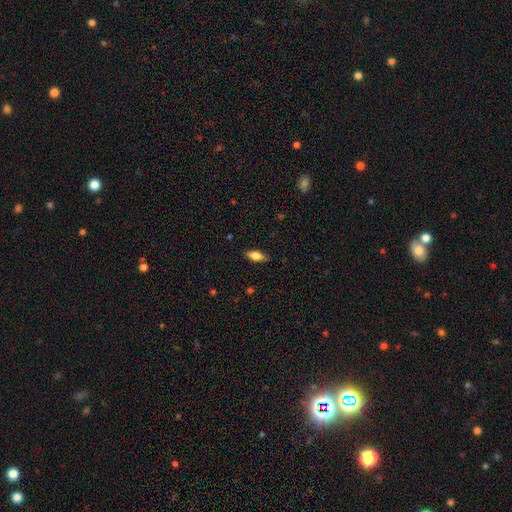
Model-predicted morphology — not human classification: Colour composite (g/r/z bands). It shows a smooth galaxy with no disk features (68%) that is in between round and cigar-shaped (71%). Merging: none (86%).